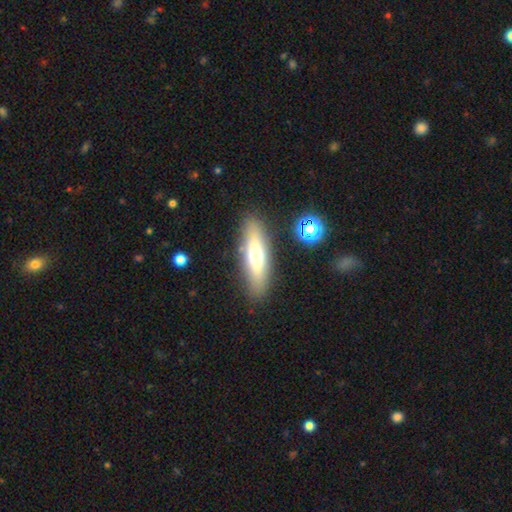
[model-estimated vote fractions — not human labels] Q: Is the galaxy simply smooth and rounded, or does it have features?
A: smooth — 54%.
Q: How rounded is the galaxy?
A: cigar-shaped — 58%.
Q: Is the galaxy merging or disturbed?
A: none — 85%.